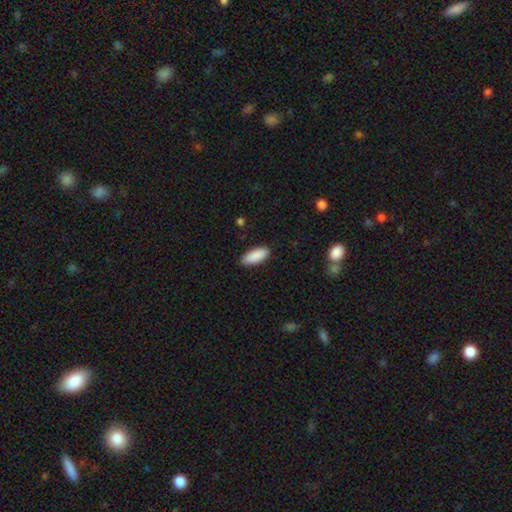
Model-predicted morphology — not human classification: A smooth galaxy with no disk features (90%) that is in between round and cigar-shaped (79%).

Vote fractions:
- Smooth or featured? smooth: 90% / star or artifact: 6% / featured or disk: 4%
- How rounded? in between: 79% / cigar-shaped: 19% / round: 2%
- Merging? none: 87% / minor disturbance: 10% / major disturbance: 2% / merger: 1%